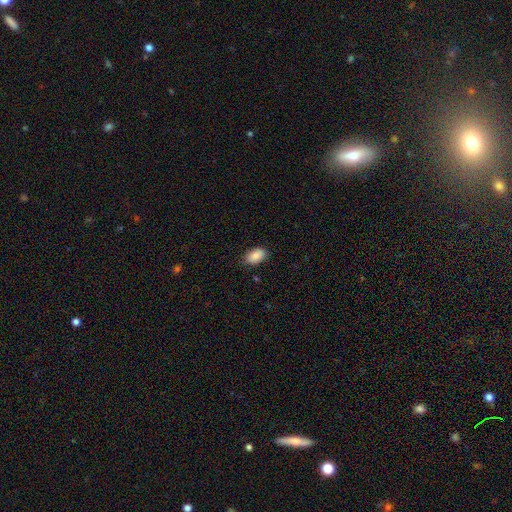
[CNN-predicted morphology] A smooth galaxy with no disk features (87%) that is in between round and cigar-shaped (92%).

Vote fractions:
- Smooth or featured? smooth: 87% / star or artifact: 7% / featured or disk: 6%
- How rounded? in between: 92% / round: 6% / cigar-shaped: 1%
- Merging? none: 84% / minor disturbance: 13% / major disturbance: 2% / merger: 1%